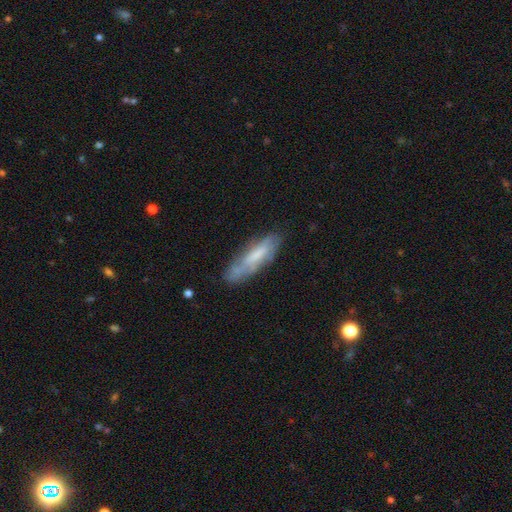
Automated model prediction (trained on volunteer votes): Overall: smooth (53%; featured or disk 40%). How rounded: cigar-shaped (64%; in between 34%). Merging: none (65%).